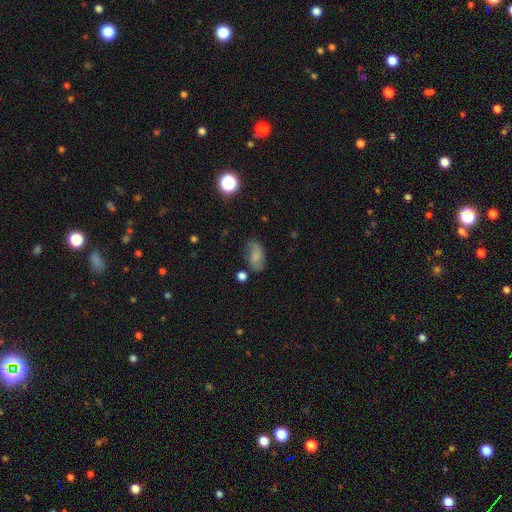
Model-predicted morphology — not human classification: Smooth or featured?
  - smooth: 62% *
  - featured or disk: 28%
  - star or artifact: 10%
How rounded?
  - in between: 90% *
  - round: 7%
  - cigar-shaped: 3%
Merging?
  - none: 66% *
  - minor disturbance: 23%
  - major disturbance: 7%
  - merger: 4%